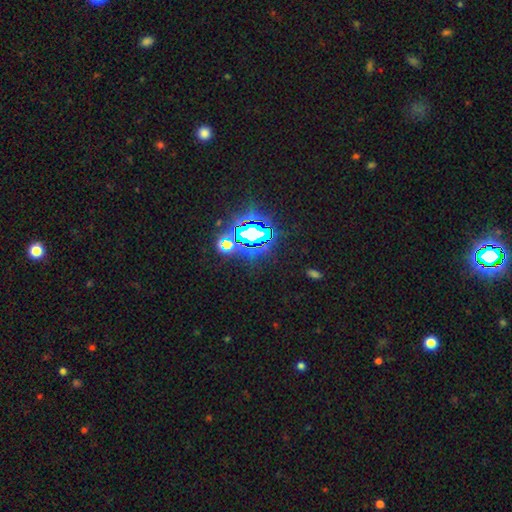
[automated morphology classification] Q: Smooth or featured?
A: star or artifact (81%); runner-up: smooth (12%)